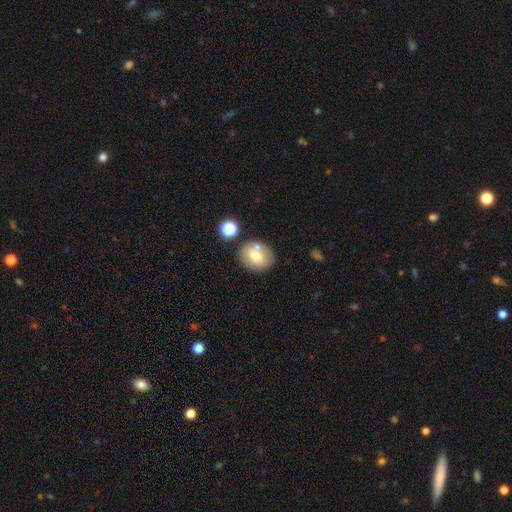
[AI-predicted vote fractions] Smooth or featured? smooth (71%)
How rounded? round (65%)
Merging? none (71%)